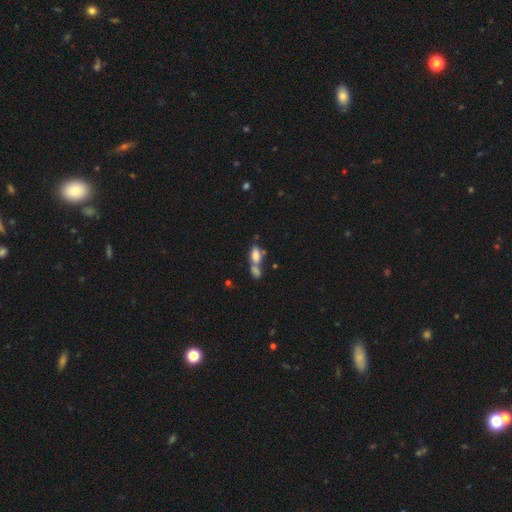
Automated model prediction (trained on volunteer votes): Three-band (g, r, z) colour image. It shows a smooth galaxy with no disk features (68%) that is in between round and cigar-shaped (78%). Merging: merger (53%).